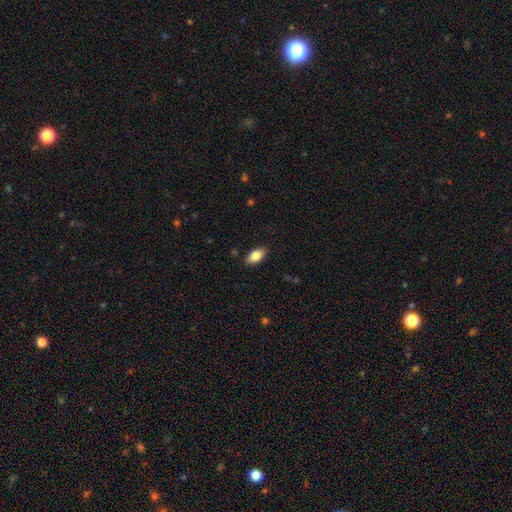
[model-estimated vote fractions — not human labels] smooth 81%, featured or disk 12%, star or artifact 7%. Down the decision tree: how rounded — in between (91%); merging — none (87%).